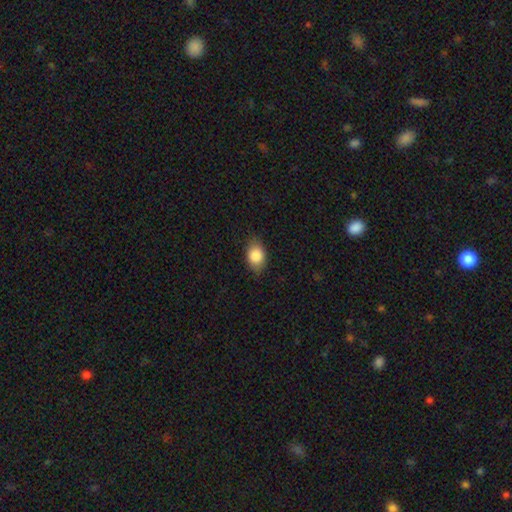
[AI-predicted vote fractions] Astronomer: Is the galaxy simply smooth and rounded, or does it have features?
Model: smooth — 85%.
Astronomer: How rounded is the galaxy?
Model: in between — 80%.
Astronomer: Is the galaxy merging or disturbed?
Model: none — 83%.